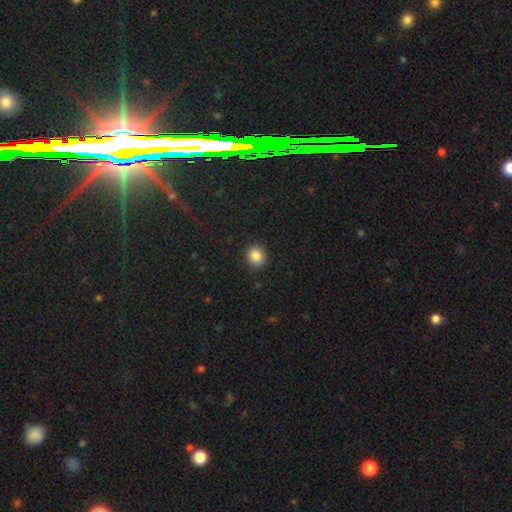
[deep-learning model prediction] smooth 87%, star or artifact 10%, featured or disk 4%. Down the decision tree: how rounded — round (85%); merging — none (90%).